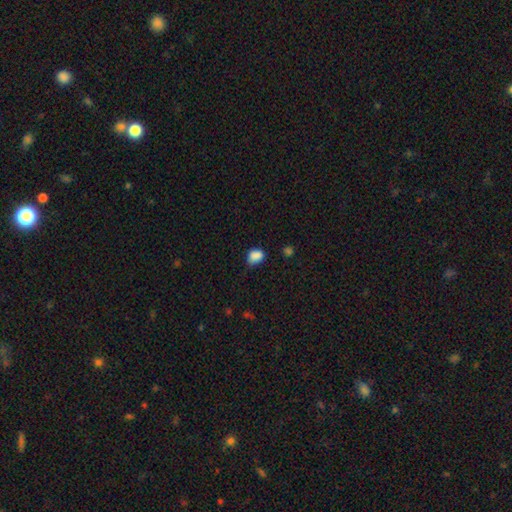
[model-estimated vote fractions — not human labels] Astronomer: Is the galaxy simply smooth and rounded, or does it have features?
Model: smooth — 84%.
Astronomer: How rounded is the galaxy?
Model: in between — 63%.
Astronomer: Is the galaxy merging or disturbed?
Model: none — 51% (runner-up: minor disturbance, 36%).